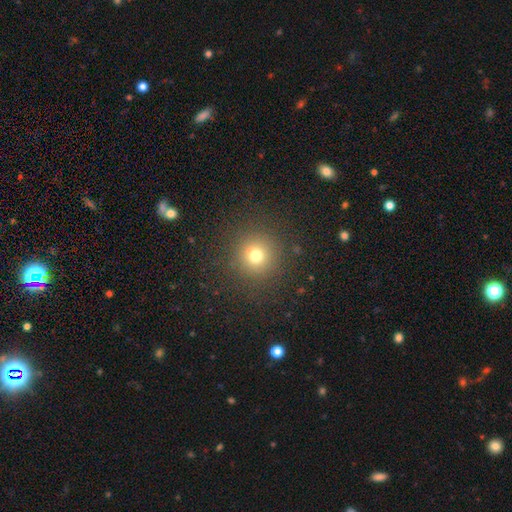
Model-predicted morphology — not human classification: smooth 73%, star or artifact 18%, featured or disk 9%. Down the decision tree: how rounded — round (94%); merging — none (88%).